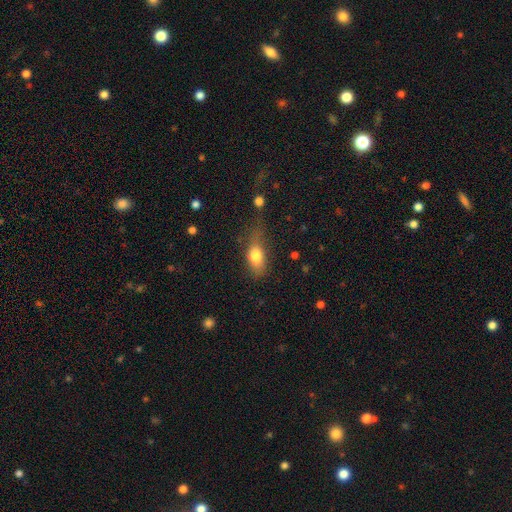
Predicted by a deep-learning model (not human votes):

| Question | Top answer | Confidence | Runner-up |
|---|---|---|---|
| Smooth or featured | smooth | 79% | featured or disk (13%) |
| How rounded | in between | 80% | round (12%) |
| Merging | none | 41% | minor disturbance (32%) |